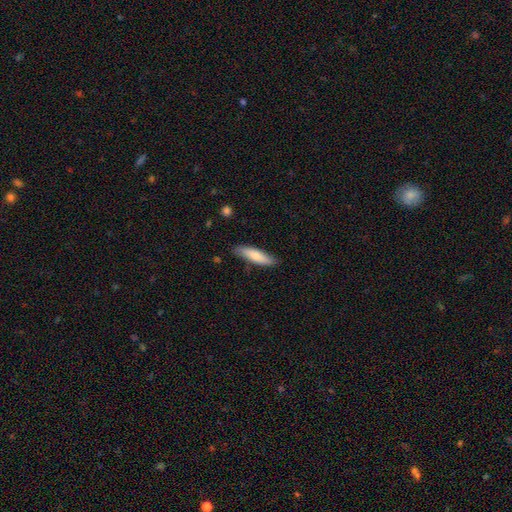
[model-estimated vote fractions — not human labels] smooth-or-featured: smooth: 76% | featured or disk: 18% | star or artifact: 5%
  how-rounded: cigar-shaped: 68% | in between: 31% | round: 1%
  merging: none: 81% | minor disturbance: 15% | major disturbance: 2% | merger: 2%